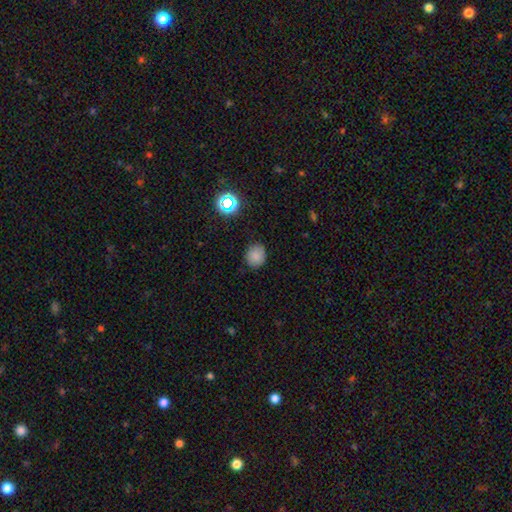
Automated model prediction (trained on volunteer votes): smooth_or_featured: smooth (p=0.81) [alt: star or artifact p=0.13]
how_rounded: round (p=0.70) [alt: in between p=0.30]
merging: none (p=0.83) [alt: minor disturbance p=0.13]